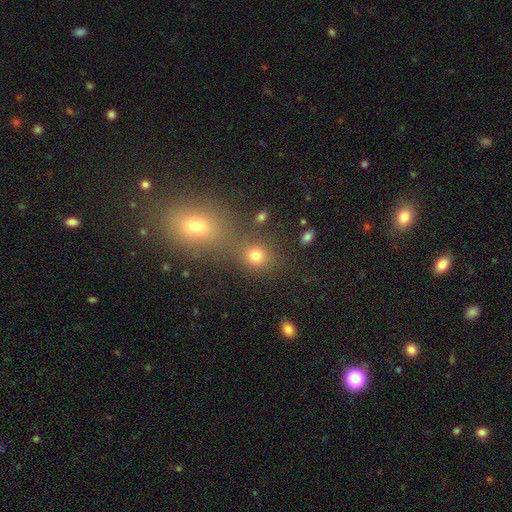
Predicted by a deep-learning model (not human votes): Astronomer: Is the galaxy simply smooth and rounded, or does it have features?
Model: smooth — 75%.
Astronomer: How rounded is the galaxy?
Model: round — 73%.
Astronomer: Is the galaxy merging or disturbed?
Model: none — 59%.